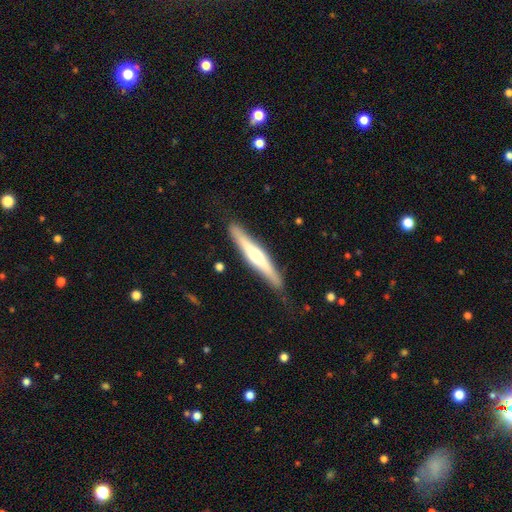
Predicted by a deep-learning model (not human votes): Q: Smooth or featured?
A: featured or disk (63%); runner-up: smooth (32%)
Q: Edge-on disk?
A: yes (95%); runner-up: no (5%)
Q: Edge-on bulge?
A: rounded (84%); runner-up: none (9%)
Q: Merging?
A: none (83%); runner-up: minor disturbance (13%)